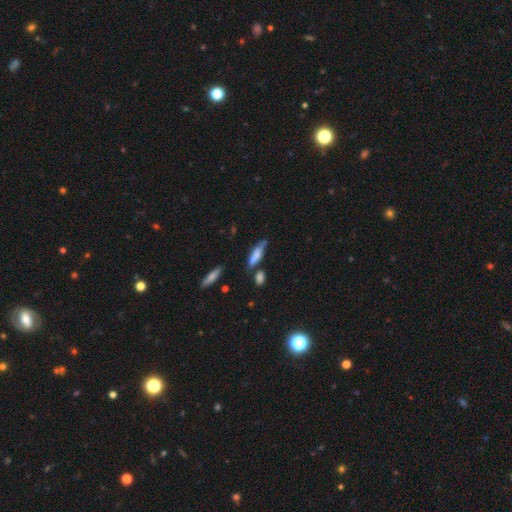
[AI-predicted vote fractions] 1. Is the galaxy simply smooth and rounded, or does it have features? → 66% smooth, 26% featured or disk, 8% star or artifact.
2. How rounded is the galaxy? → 57% cigar-shaped, 40% in between, 3% round.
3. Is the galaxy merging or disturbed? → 53% none, 27% minor disturbance, 12% merger, 9% major disturbance.